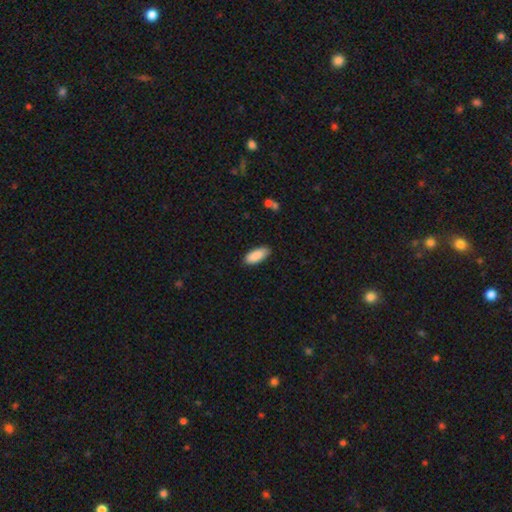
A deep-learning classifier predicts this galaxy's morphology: The model was most divided on "merging": none: 84%, minor disturbance: 13%, major disturbance: 2%, merger: 1%. More confident: smooth or featured — smooth (90%); how rounded — in between (86%).